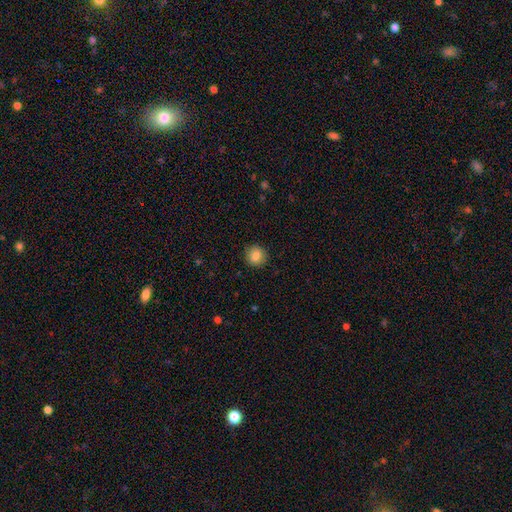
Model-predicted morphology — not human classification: Smooth or featured?
  - smooth: 84% *
  - star or artifact: 9%
  - featured or disk: 7%
How rounded?
  - round: 89% *
  - in between: 10%
  - cigar-shaped: 1%
Merging?
  - none: 90% *
  - minor disturbance: 7%
  - major disturbance: 2%
  - merger: 1%